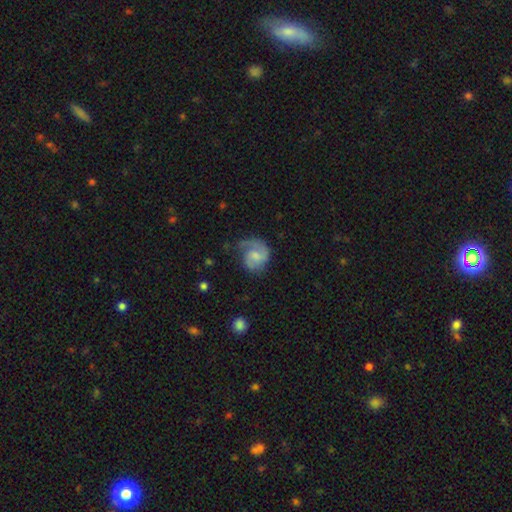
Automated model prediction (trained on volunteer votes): This appears to be a featured or disk galaxy (63%) with no bar (50%), 2 (51%) medium (45%) spiral arms (90%) and a small central bulge (42%). Merging: none (50%).